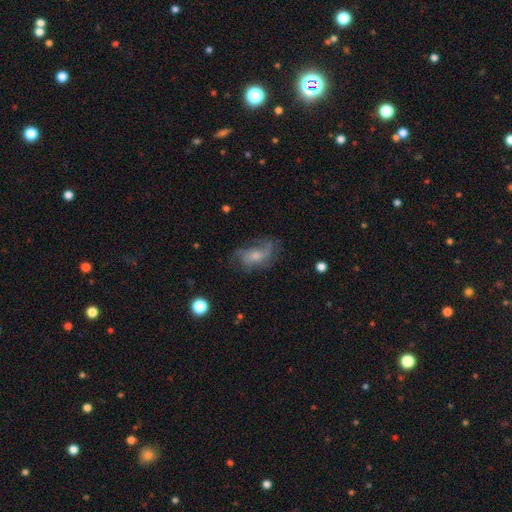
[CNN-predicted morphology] Smooth or featured: featured or disk — 54% (smooth — 35%)
Edge-on disk: no — 95% (yes — 5%)
Bar: no — 71% (weak — 25%)
Spiral arms: yes — 69% (no — 31%)
Bulge size: moderate — 41% (small — 36%)
Merging: none — 45% (major disturbance — 29%)